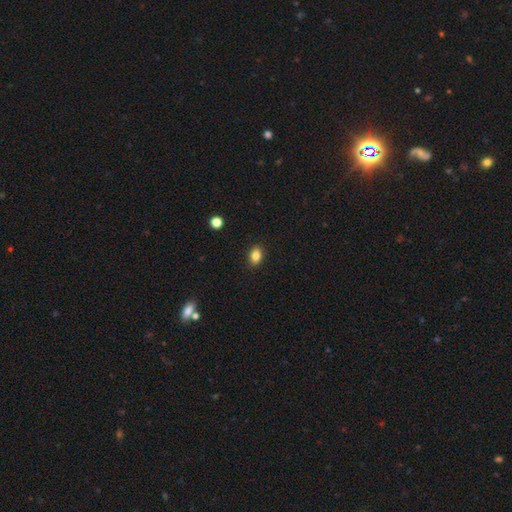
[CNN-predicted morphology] Smooth or featured?
  - smooth: 85% *
  - star or artifact: 10%
  - featured or disk: 6%
How rounded?
  - in between: 76% *
  - round: 23%
  - cigar-shaped: 1%
Merging?
  - none: 89% *
  - minor disturbance: 8%
  - major disturbance: 2%
  - merger: 1%